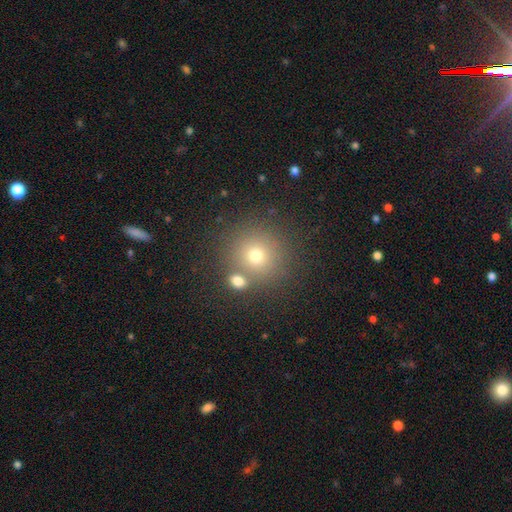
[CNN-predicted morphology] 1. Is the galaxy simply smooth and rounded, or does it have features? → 70% smooth, 18% star or artifact, 12% featured or disk.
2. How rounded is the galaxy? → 92% round, 7% in between, 1% cigar-shaped.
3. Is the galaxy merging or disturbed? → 71% none, 17% merger, 8% minor disturbance, 4% major disturbance.